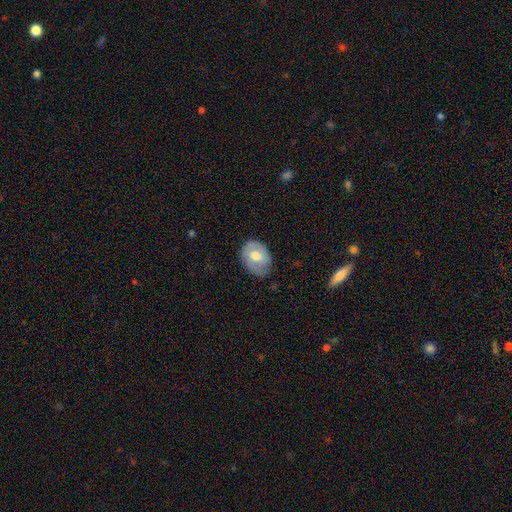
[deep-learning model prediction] A smooth galaxy with no disk features (59%) that is in between round and cigar-shaped (64%). Merging: none (66%).